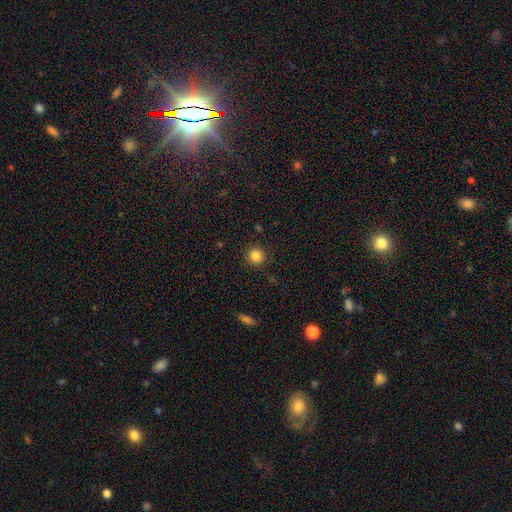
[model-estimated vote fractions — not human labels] This is clearly a smooth galaxy (84%). How rounded: clearly round (94%). Merging: clearly none (91%).